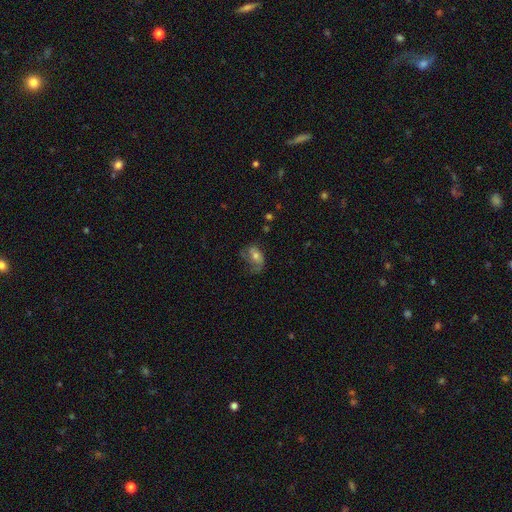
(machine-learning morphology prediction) Smooth or featured?
  - featured or disk: 47% *
  - smooth: 42%
  - star or artifact: 11%
Merging?
  - none: 39% *
  - major disturbance: 31%
  - minor disturbance: 28%
  - merger: 2%